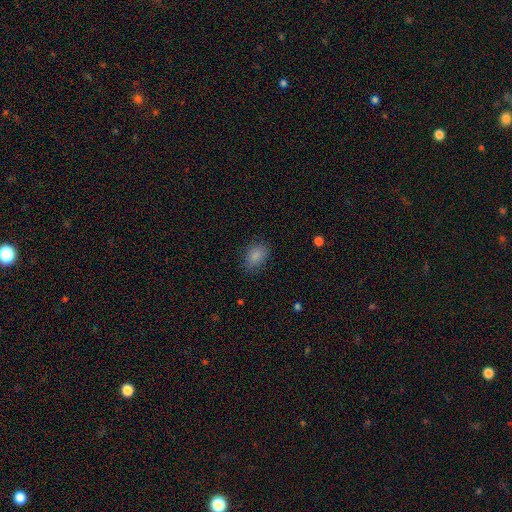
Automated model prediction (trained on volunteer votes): A smooth galaxy with no disk features (86%) that is in between round and cigar-shaped (79%). Merging: none (81%).